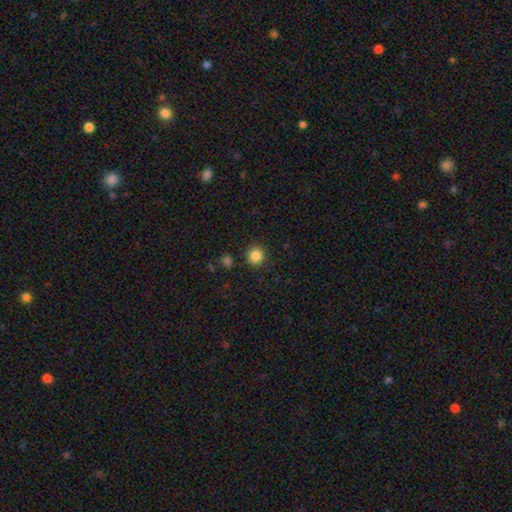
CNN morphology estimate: smooth-or-featured: smooth: 85% | star or artifact: 11% | featured or disk: 4%
  how-rounded: round: 91% | in between: 8% | cigar-shaped: 1%
  merging: none: 89% | minor disturbance: 7% | merger: 2% | major disturbance: 2%